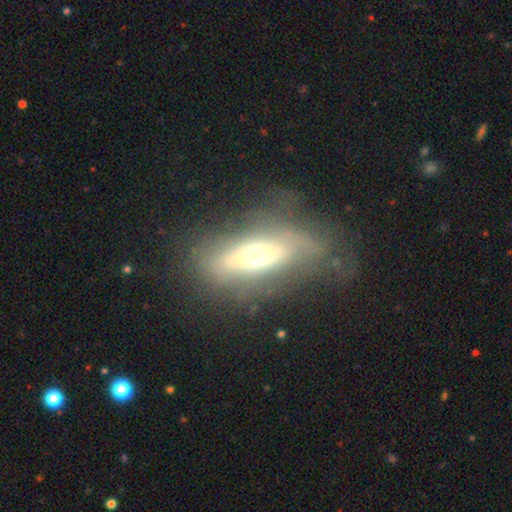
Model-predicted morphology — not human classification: Smooth or featured? featured or disk (56%)
Edge-on disk? no (59%)
Merging? none (53%)